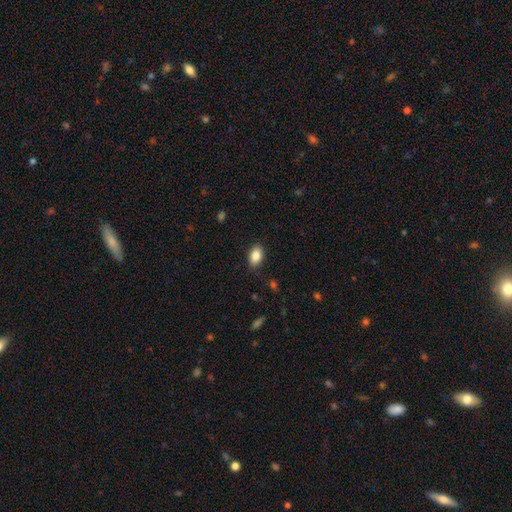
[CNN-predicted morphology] This is clearly a smooth galaxy (86%). How rounded: clearly in between (88%). Merging: clearly none (86%).